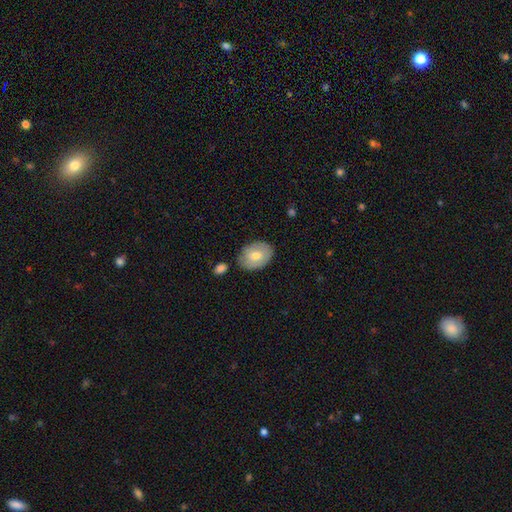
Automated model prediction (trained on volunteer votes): Smooth or featured? Predicted: smooth (p=0.70). How rounded? Predicted: in between (p=0.76). Merging? Predicted: none (p=0.75).